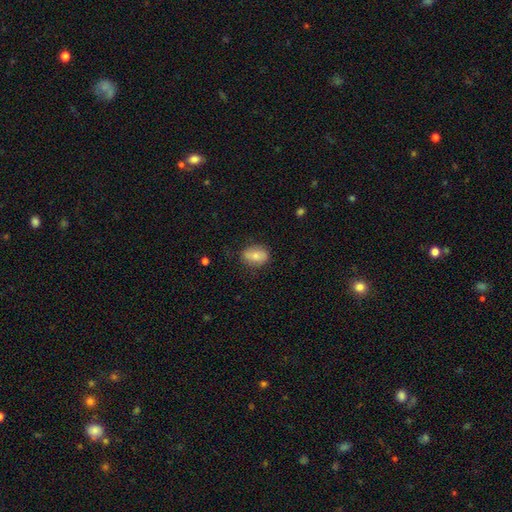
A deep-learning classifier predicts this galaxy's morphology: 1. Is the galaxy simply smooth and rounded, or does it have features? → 76% smooth, 17% featured or disk, 8% star or artifact.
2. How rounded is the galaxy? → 81% in between, 17% round, 2% cigar-shaped.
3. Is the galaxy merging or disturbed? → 78% none, 17% minor disturbance, 4% major disturbance, 1% merger.